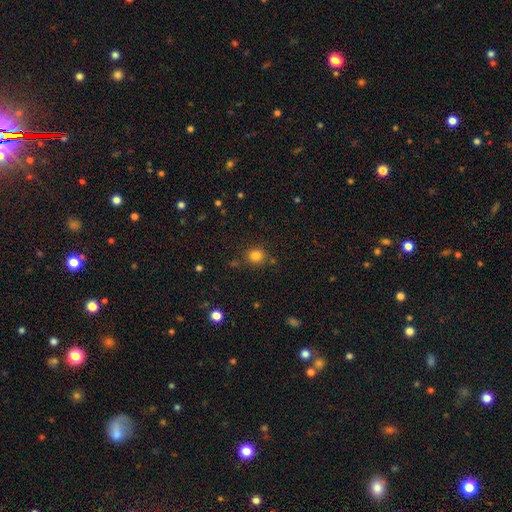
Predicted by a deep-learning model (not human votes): smooth_or_featured: smooth (p=0.81) [alt: star or artifact p=0.13]
how_rounded: round (p=0.83) [alt: in between p=0.16]
merging: none (p=0.82) [alt: minor disturbance p=0.10]